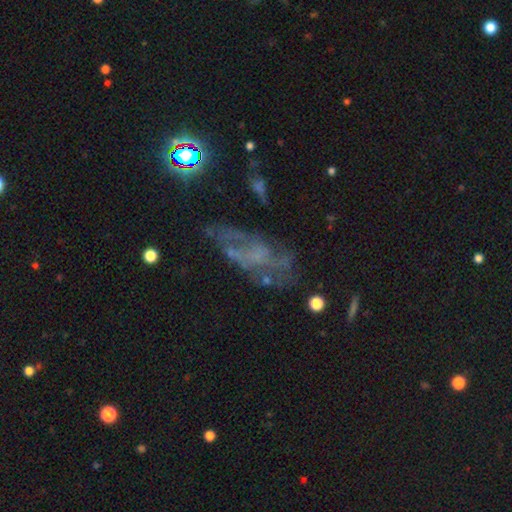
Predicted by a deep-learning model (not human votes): A featured or disk galaxy (61%) with no bar (74%), no spiral arms (52%) and no central bulge (59%). Merging: none (51%).